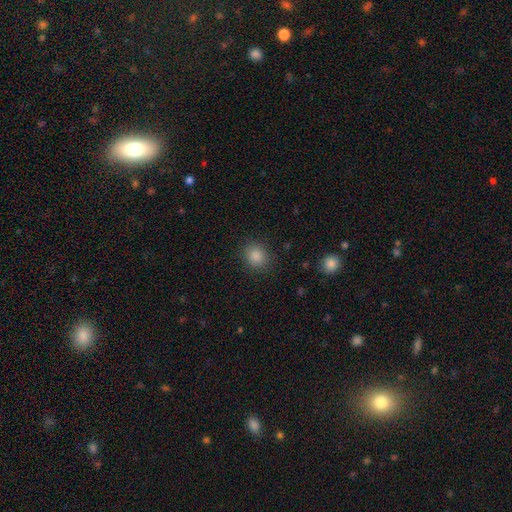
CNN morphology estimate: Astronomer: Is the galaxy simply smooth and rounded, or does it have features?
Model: smooth — 84%.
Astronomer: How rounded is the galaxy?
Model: round — 77%.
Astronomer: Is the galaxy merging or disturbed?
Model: none — 89%.